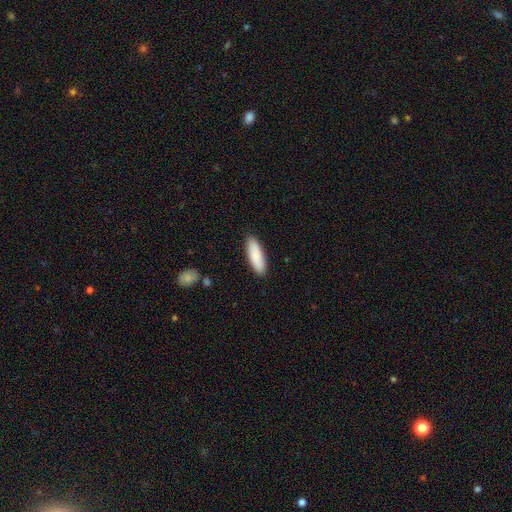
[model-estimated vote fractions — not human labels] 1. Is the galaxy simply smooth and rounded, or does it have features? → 88% smooth, 7% featured or disk, 5% star or artifact.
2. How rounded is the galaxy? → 55% in between, 43% cigar-shaped, 2% round.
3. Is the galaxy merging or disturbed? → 89% none, 8% minor disturbance, 2% major disturbance, 1% merger.